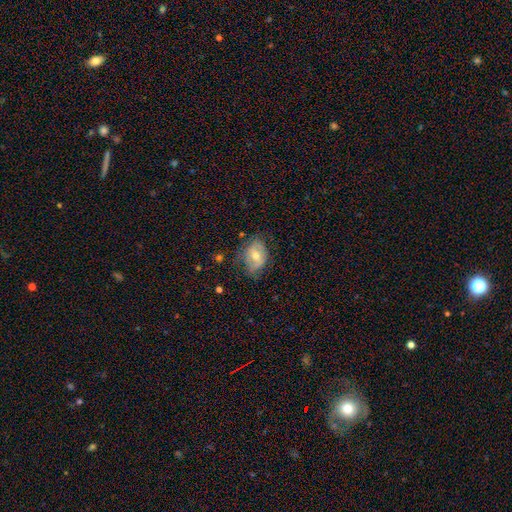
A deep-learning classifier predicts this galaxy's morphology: Smooth or featured: smooth — 48% (featured or disk — 44%)
Merging: none — 60% (minor disturbance — 29%)